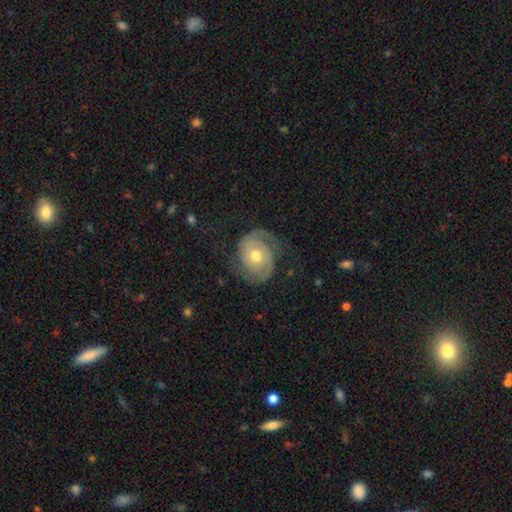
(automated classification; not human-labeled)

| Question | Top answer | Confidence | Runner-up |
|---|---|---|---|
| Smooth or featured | featured or disk | 81% | smooth (13%) |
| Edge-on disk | no | 97% | yes (3%) |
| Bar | no | 75% | weak (20%) |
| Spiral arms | yes | 94% | no (6%) |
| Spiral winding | tight | 49% | medium (35%) |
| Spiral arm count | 2 | 85% | can't tell (6%) |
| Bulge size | moderate | 74% | small (19%) |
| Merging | none | 70% | minor disturbance (17%) |